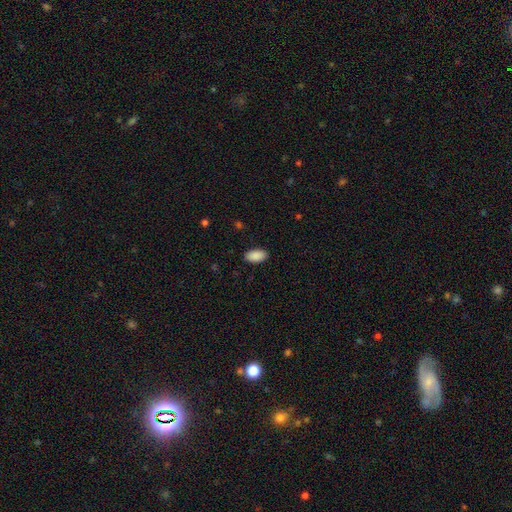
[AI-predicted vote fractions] The model was most divided on "merging": none: 89%, minor disturbance: 8%, major disturbance: 2%, merger: 1%. More confident: how rounded — in between (95%); smooth or featured — smooth (90%).